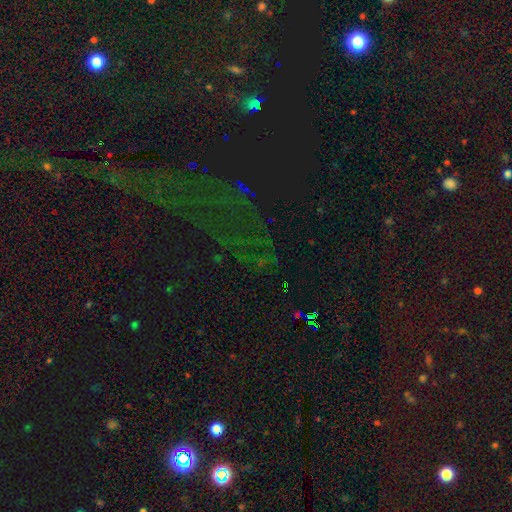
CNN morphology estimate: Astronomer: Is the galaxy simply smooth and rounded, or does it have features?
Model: star or artifact — 76%.